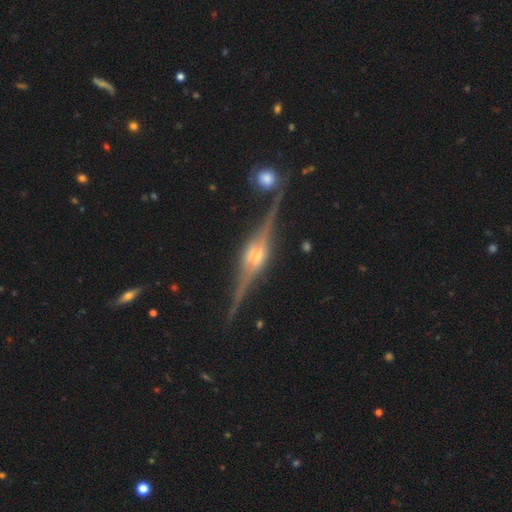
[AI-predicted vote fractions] The model was most divided on "edge-on bulge": rounded: 80%, boxy: 17%, none: 3%. More confident: edge-on disk — yes (97%); smooth or featured — featured or disk (90%); merging — none (85%).